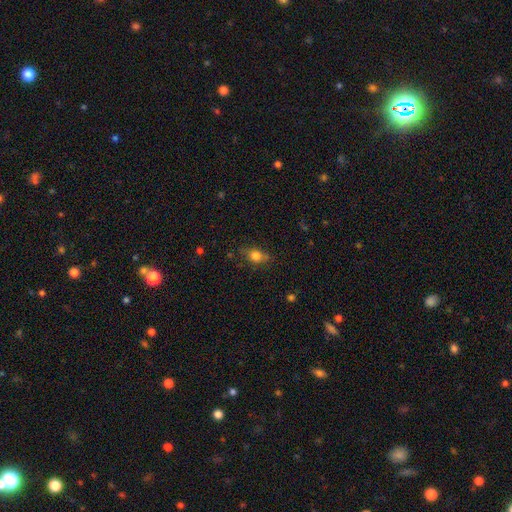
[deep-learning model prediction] This appears to be a smooth galaxy with no disk features (77%) that is in between round and cigar-shaped (65%). Merging: none (72%).